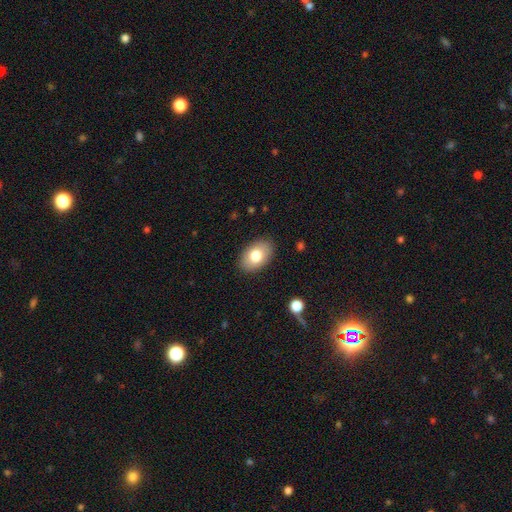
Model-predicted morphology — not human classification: Overall: smooth (77%). How rounded: in between (88%). Merging: none (87%).